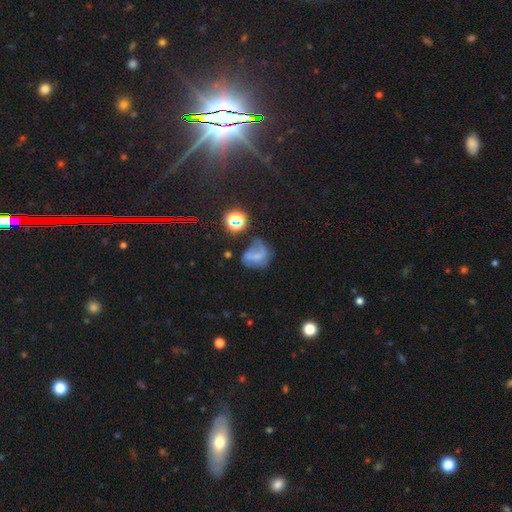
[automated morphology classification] The model was most divided on "smooth or featured": smooth: 41%, featured or disk: 38%, star or artifact: 20%. Remaining: merging — major disturbance (37%).